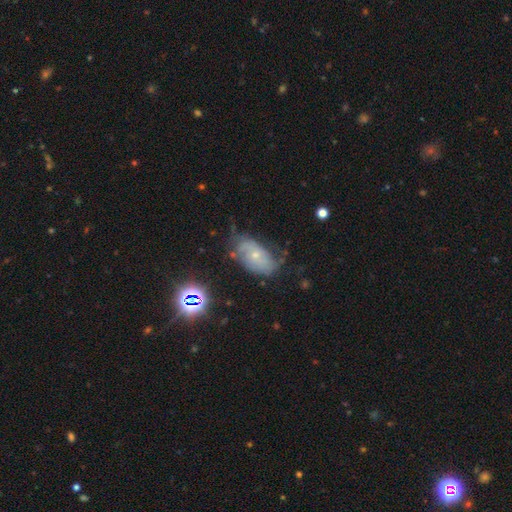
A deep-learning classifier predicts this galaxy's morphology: This appears to be a featured or disk galaxy (54%) with no bar (82%), spiral arms (68%) and a small central bulge (71%). Merging: none (46%).